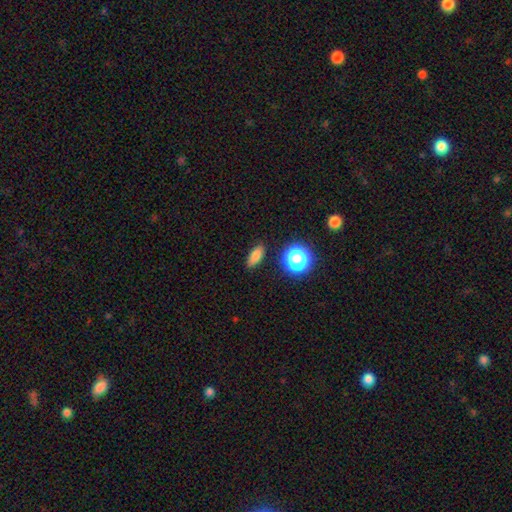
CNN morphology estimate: The model was most divided on "how rounded": in between: 69%, cigar-shaped: 18%, round: 14%. More confident: merging — none (86%); smooth or featured — smooth (78%).